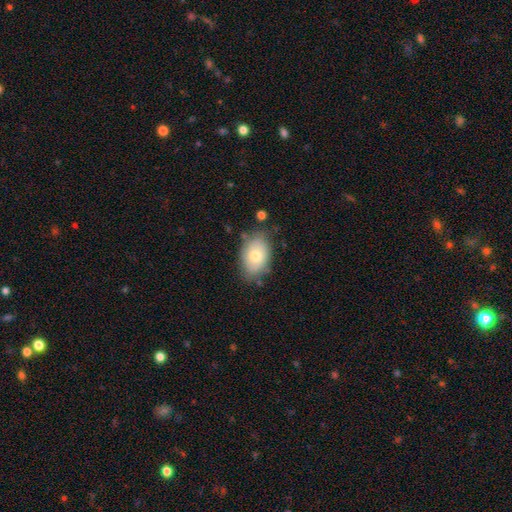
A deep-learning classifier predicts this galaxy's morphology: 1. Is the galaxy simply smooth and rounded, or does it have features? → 72% smooth, 20% featured or disk, 8% star or artifact.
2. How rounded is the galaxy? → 86% in between, 13% round, 1% cigar-shaped.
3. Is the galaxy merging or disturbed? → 73% none, 19% minor disturbance, 5% major disturbance, 3% merger.